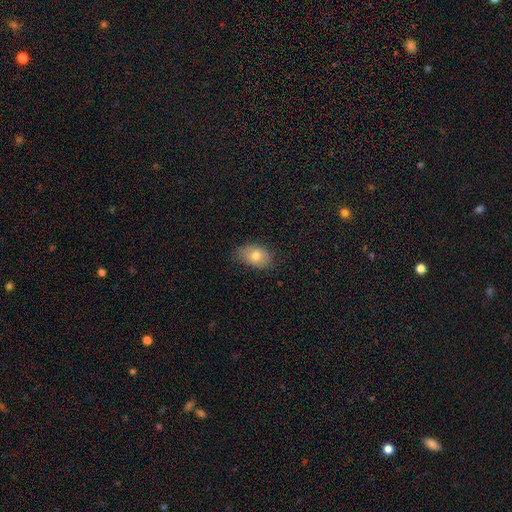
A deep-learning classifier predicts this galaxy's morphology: Smooth or featured? smooth (76%)
How rounded? in between (82%)
Merging? none (74%)